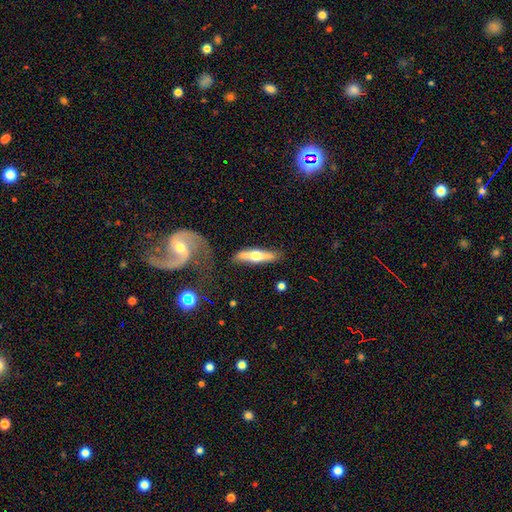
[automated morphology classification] Smooth or featured? featured or disk (58%)
Edge-on disk? yes (90%)
Edge-on bulge? rounded (93%)
Merging? none (80%)